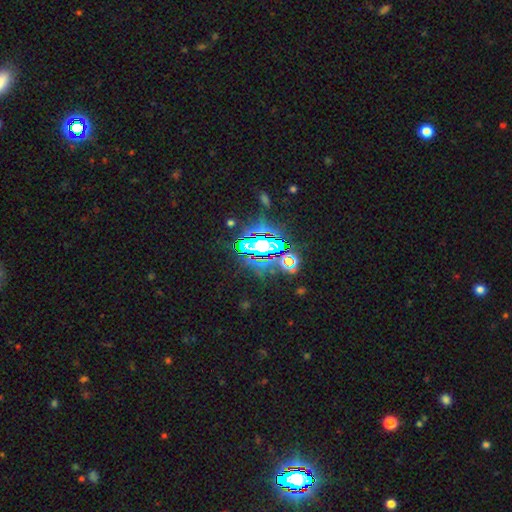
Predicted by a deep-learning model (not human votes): smooth_or_featured: star or artifact (p=0.78) [alt: smooth p=0.12]